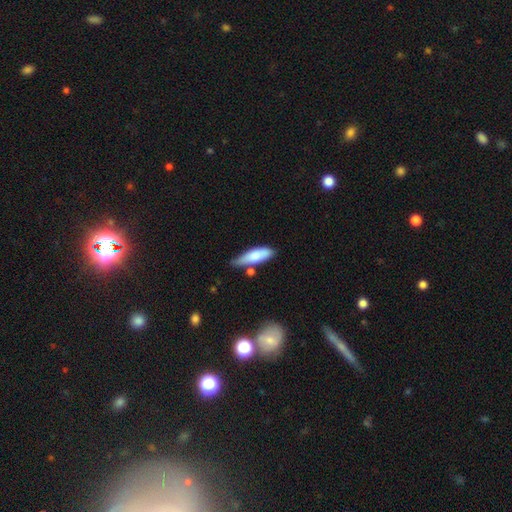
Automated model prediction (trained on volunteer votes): smooth_or_featured: smooth (p=0.74) [alt: featured or disk p=0.21]
how_rounded: in between (p=0.53) [alt: cigar-shaped p=0.45]
merging: none (p=0.53) [alt: minor disturbance p=0.29]